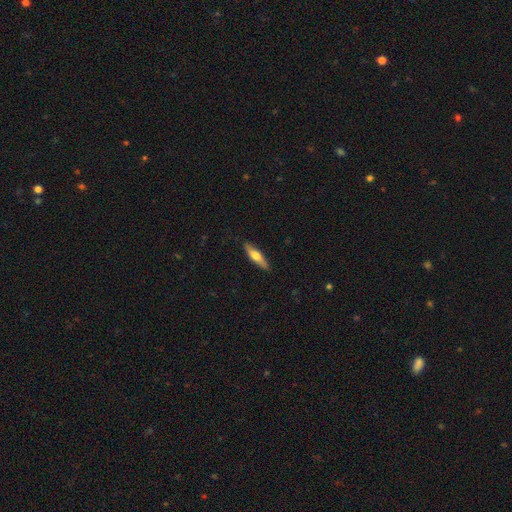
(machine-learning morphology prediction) smooth 57%, featured or disk 38%, star or artifact 5%. Down the decision tree: how rounded — cigar-shaped (71%); merging — none (88%).